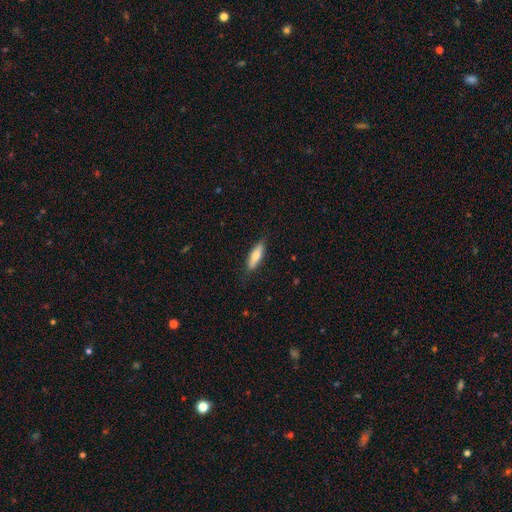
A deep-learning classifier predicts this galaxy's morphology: type=smooth (69%); roundness=cigar-shaped (50%); merging=none (81%).